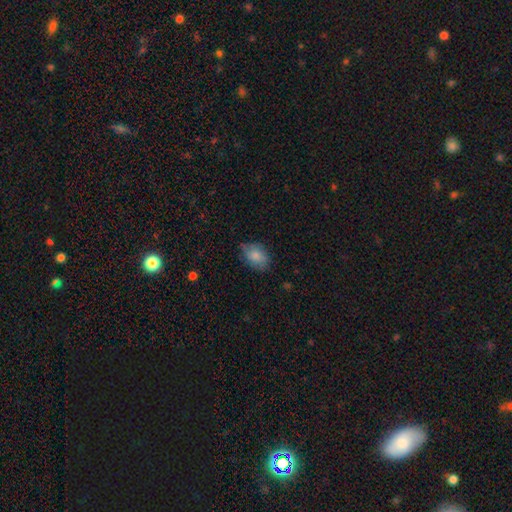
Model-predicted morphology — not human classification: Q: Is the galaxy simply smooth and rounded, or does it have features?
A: smooth — 83%.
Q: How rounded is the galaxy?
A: in between — 84%.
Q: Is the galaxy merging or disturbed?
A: none — 71%.